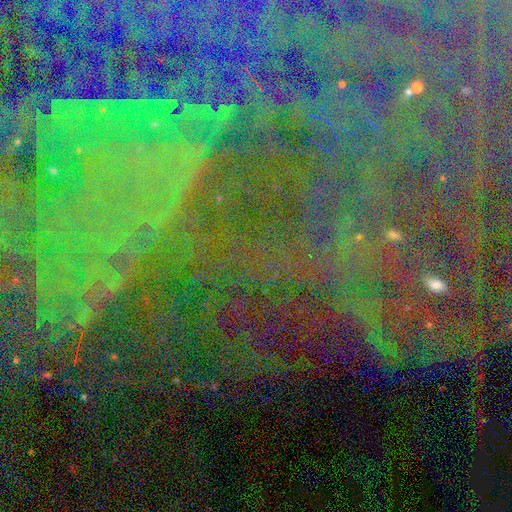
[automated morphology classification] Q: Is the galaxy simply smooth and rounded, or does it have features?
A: star or artifact — 82%.